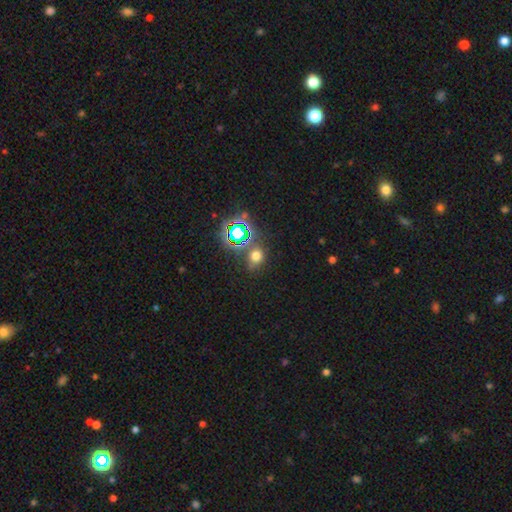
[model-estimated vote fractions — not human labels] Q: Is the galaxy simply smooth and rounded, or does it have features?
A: smooth — 56%.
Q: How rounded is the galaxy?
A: round — 68%.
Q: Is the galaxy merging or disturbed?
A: none — 72%.